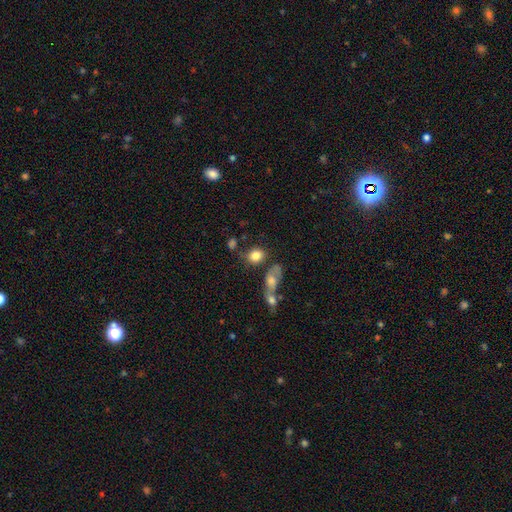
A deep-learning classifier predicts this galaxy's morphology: Overall: smooth (82%). How rounded: in between (52%; round 46%). Merging: none (55%; merger 22%).